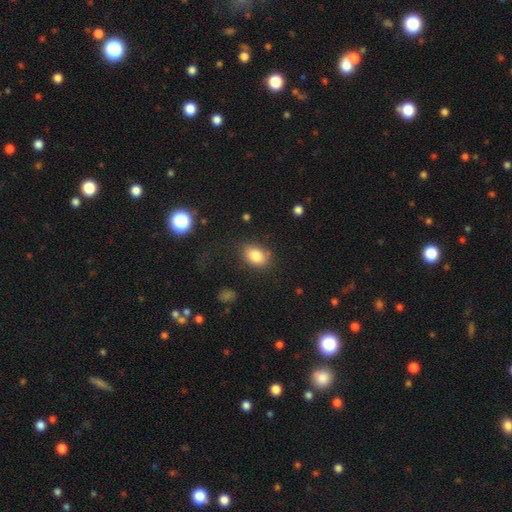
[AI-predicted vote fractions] smooth 82%, star or artifact 9%, featured or disk 9%. Down the decision tree: how rounded — in between (74%); merging — none (79%).